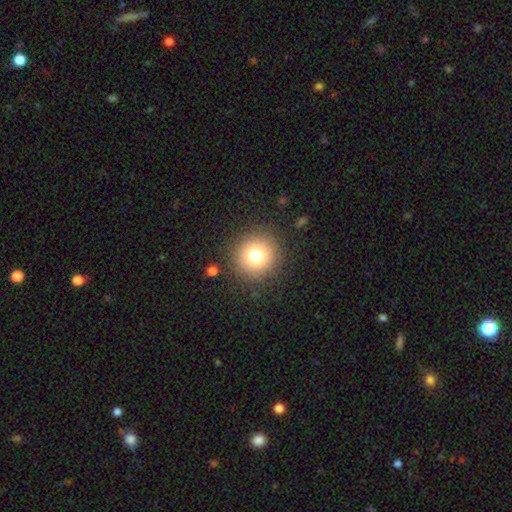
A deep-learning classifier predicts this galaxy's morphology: Smooth or featured?
  - smooth: 77% *
  - star or artifact: 13%
  - featured or disk: 10%
How rounded?
  - round: 93% *
  - in between: 6%
  - cigar-shaped: 1%
Merging?
  - none: 88% *
  - minor disturbance: 7%
  - major disturbance: 3%
  - merger: 2%